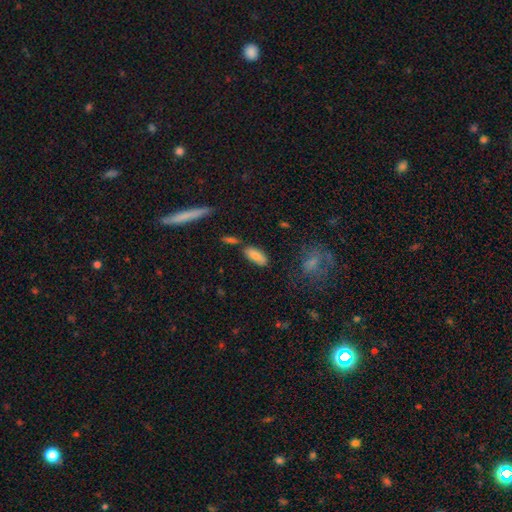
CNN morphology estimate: This appears to be a smooth galaxy with no disk features (83%) that is in between round and cigar-shaped (83%). Merging: none (72%).